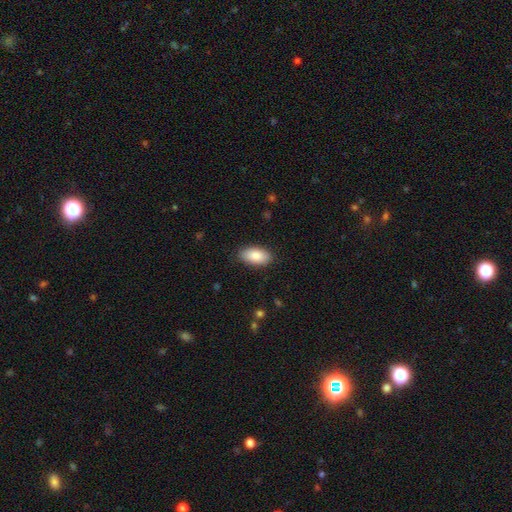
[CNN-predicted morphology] This appears to be a smooth galaxy with no disk features (87%) that is in between round and cigar-shaped (94%). Merging: none (87%).